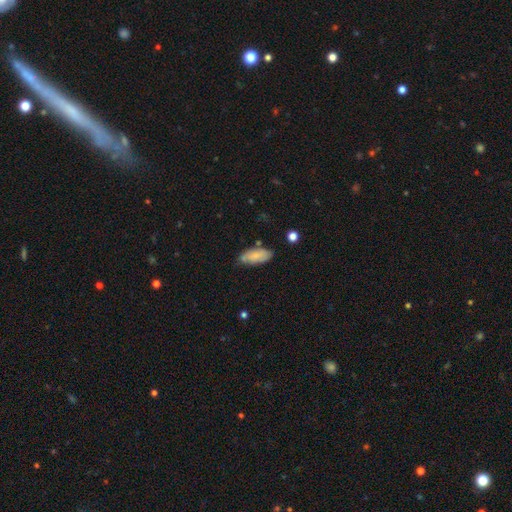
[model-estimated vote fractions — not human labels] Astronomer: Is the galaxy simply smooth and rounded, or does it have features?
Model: smooth — 78%.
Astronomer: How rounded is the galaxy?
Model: in between — 83%.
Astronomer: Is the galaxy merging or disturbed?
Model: none — 68%.